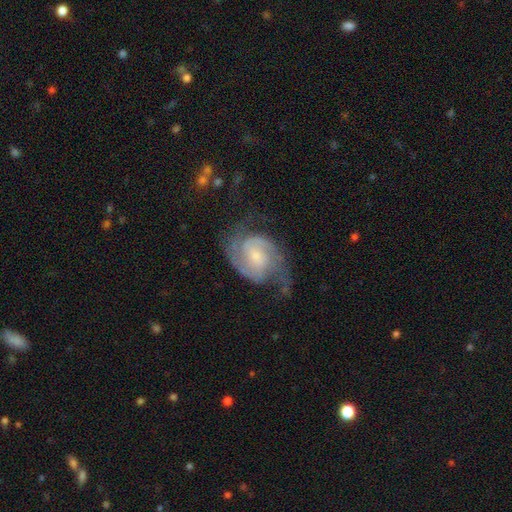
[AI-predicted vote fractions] The model was most divided on "bar": no: 52%, weak: 39%, strong: 9%. Remaining: edge-on disk — no (98%); spiral arms — yes (98%); smooth or featured — featured or disk (89%); spiral arm count — 2 (87%); merging — none (66%); bulge size — small (56%); spiral winding — medium (50%).